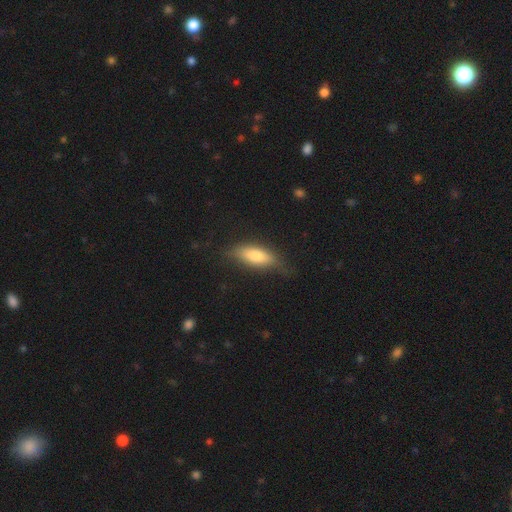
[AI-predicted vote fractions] smooth-or-featured: smooth: 71% | featured or disk: 22% | star or artifact: 7%
  how-rounded: in between: 61% | cigar-shaped: 36% | round: 2%
  merging: none: 70% | minor disturbance: 23% | major disturbance: 6% | merger: 1%